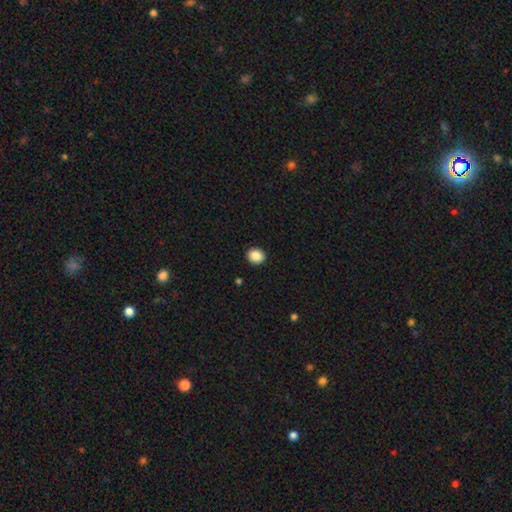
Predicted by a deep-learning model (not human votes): smooth 88%, star or artifact 9%, featured or disk 3%. Down the decision tree: how rounded — round (69%); merging — none (92%).